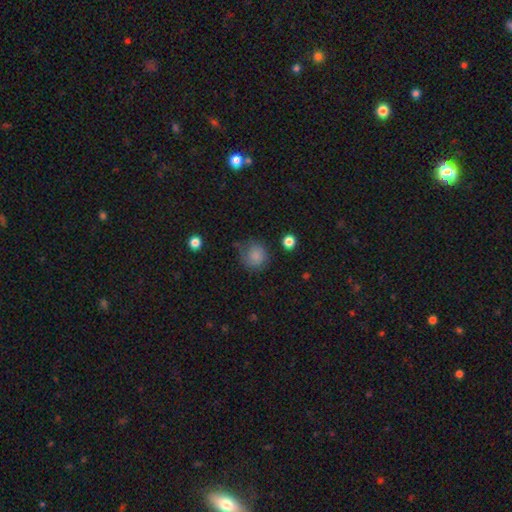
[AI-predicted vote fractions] Smooth or featured?
  - smooth: 81% *
  - star or artifact: 11%
  - featured or disk: 8%
How rounded?
  - round: 87% *
  - in between: 12%
  - cigar-shaped: 1%
Merging?
  - none: 59% *
  - minor disturbance: 25%
  - major disturbance: 12%
  - merger: 3%